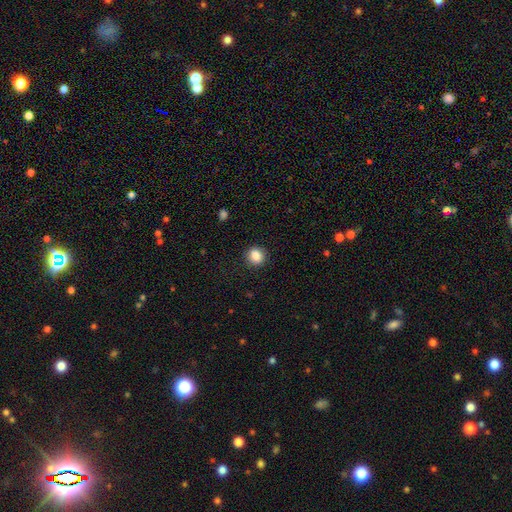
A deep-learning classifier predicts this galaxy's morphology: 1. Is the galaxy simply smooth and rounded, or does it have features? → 86% smooth, 10% star or artifact, 4% featured or disk.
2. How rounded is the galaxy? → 80% round, 19% in between, 1% cigar-shaped.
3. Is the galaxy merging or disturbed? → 90% none, 7% minor disturbance, 2% major disturbance, 1% merger.